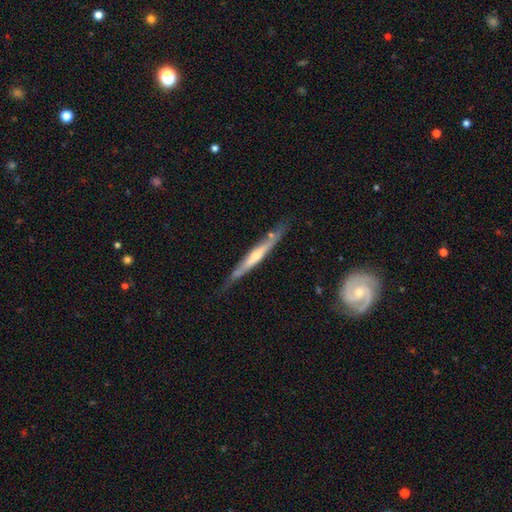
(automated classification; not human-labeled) Smooth or featured?
  - featured or disk: 80% *
  - smooth: 15%
  - star or artifact: 5%
Edge-on disk?
  - yes: 88% *
  - no: 12%
Edge-on bulge?
  - rounded: 58% *
  - none: 29%
  - boxy: 13%
Merging?
  - none: 78% *
  - minor disturbance: 17%
  - major disturbance: 4%
  - merger: 2%